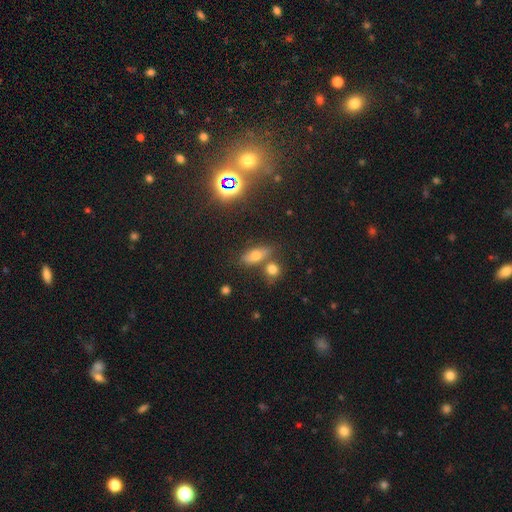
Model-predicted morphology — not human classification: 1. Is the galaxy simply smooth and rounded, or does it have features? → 58% smooth, 23% star or artifact, 19% featured or disk.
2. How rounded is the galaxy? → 70% in between, 18% cigar-shaped, 12% round.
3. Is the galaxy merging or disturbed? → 64% none, 19% merger, 12% minor disturbance, 5% major disturbance.